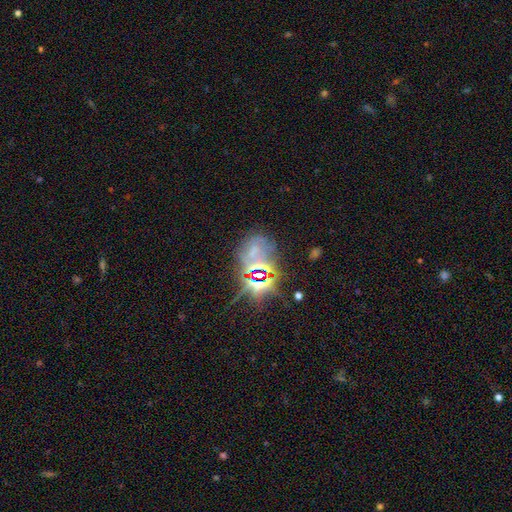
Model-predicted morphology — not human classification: The model was most divided on "smooth or featured": star or artifact: 62%, featured or disk: 22%, smooth: 16%.